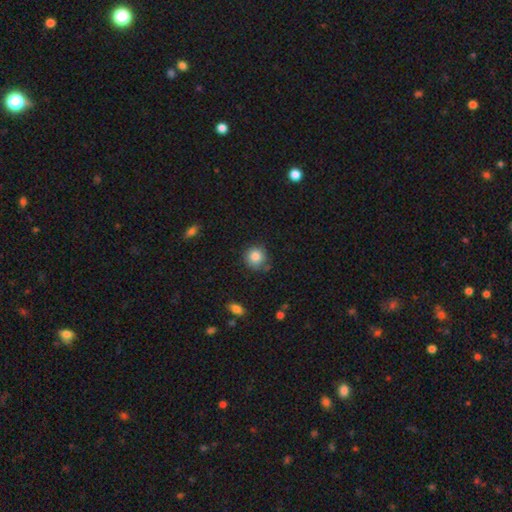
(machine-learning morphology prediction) A smooth galaxy with no disk features (84%) that is round (90%).

Vote fractions:
- Smooth or featured? smooth: 84% / star or artifact: 9% / featured or disk: 7%
- How rounded? round: 90% / in between: 9% / cigar-shaped: 1%
- Merging? none: 74% / minor disturbance: 19% / major disturbance: 4% / merger: 3%